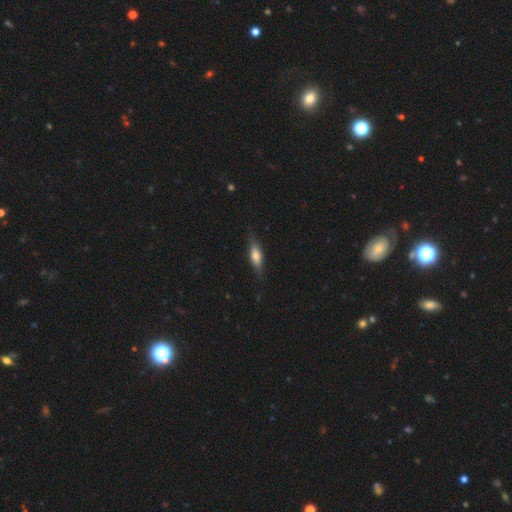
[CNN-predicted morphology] smooth 48%, featured or disk 45%, star or artifact 7%. Down the decision tree: merging — none (80%).